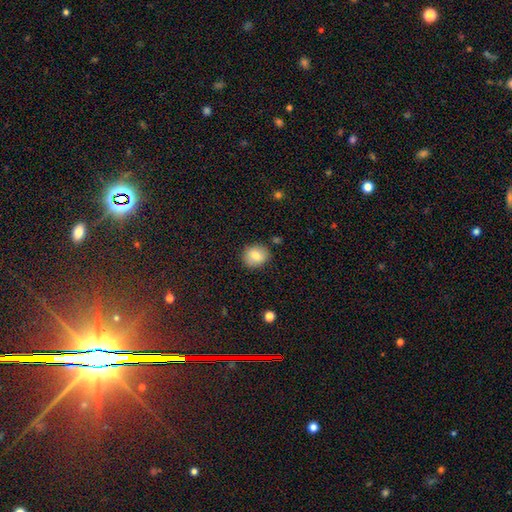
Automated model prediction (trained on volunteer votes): A smooth galaxy with no disk features (81%) that is round (72%).

Vote fractions:
- Smooth or featured? smooth: 81% / featured or disk: 11% / star or artifact: 9%
- How rounded? round: 72% / in between: 27% / cigar-shaped: 1%
- Merging? none: 85% / minor disturbance: 10% / major disturbance: 2% / merger: 2%